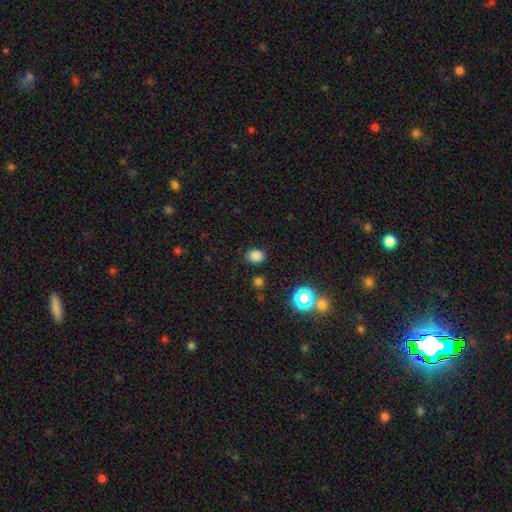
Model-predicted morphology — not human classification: smooth_or_featured: smooth (p=0.79) [alt: star or artifact p=0.17]
how_rounded: in between (p=0.56) [alt: round p=0.43]
merging: none (p=0.83) [alt: minor disturbance p=0.11]